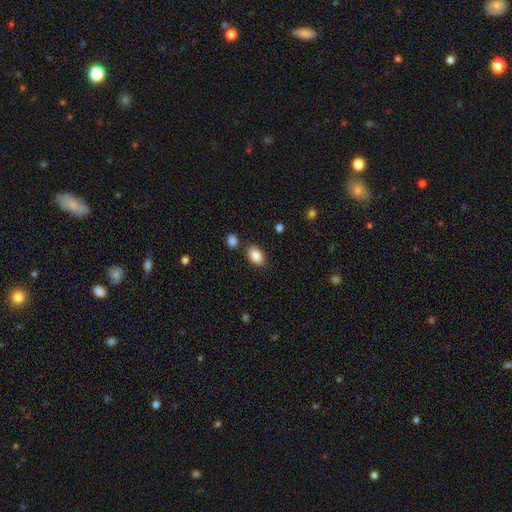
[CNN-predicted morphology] Smooth or featured? Predicted: smooth (p=0.86). How rounded? Predicted: in between (p=0.89). Merging? Predicted: none (p=0.82).